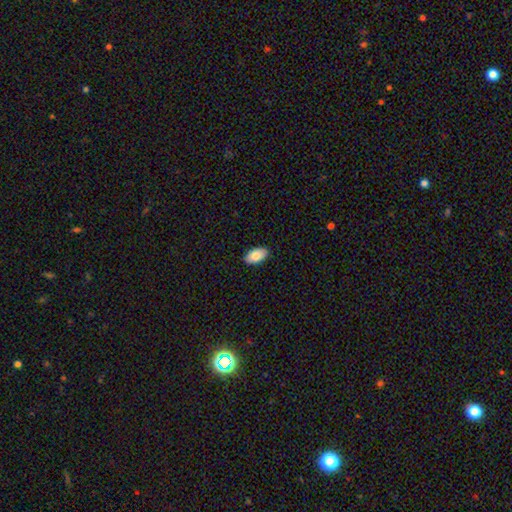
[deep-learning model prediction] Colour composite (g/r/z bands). It shows a smooth galaxy with no disk features (82%) that is in between round and cigar-shaped (95%). Merging: none (90%).